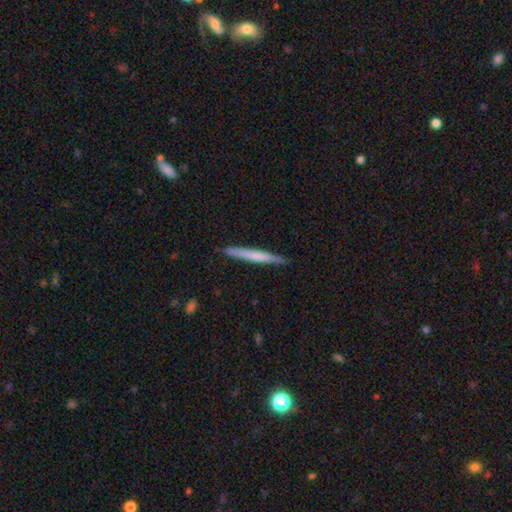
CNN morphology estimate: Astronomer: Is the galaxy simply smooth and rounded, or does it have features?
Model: smooth — 59% (runner-up: featured or disk, 36%).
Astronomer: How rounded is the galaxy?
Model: cigar-shaped — 97%.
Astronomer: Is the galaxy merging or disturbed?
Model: none — 88%.